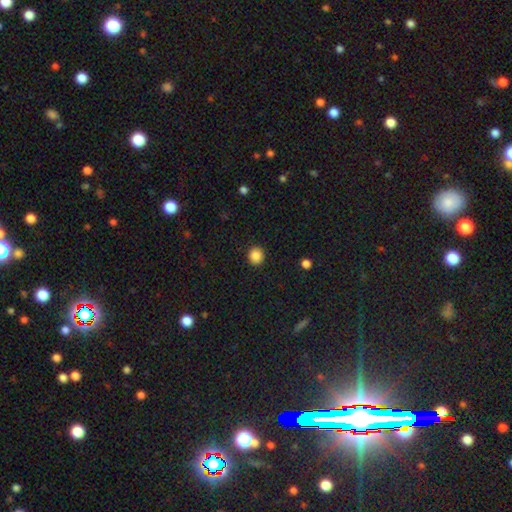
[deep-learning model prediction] A smooth galaxy with no disk features (87%) that is round (89%). Merging: none (92%).